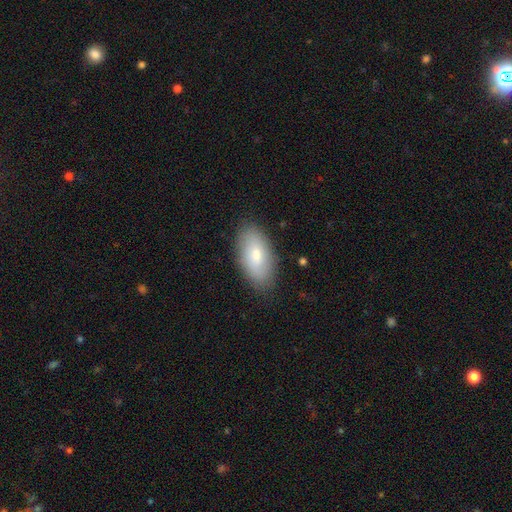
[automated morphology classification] Smooth or featured: smooth — 78% (featured or disk — 15%)
How rounded: in between — 92% (cigar-shaped — 5%)
Merging: none — 85% (minor disturbance — 11%)